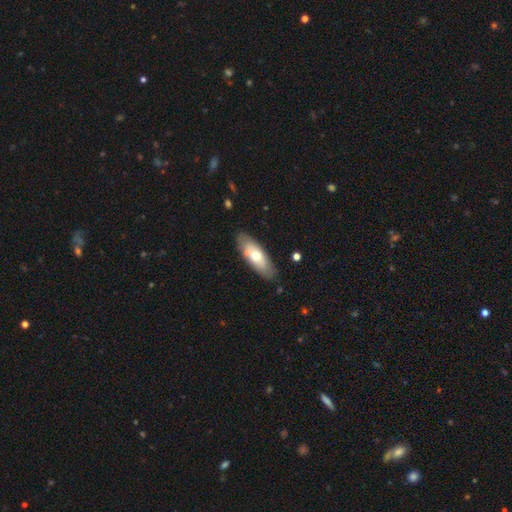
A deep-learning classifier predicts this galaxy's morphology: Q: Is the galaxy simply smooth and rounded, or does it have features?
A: smooth — 58%.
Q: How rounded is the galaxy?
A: in between — 73%.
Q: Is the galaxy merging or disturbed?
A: none — 81%.